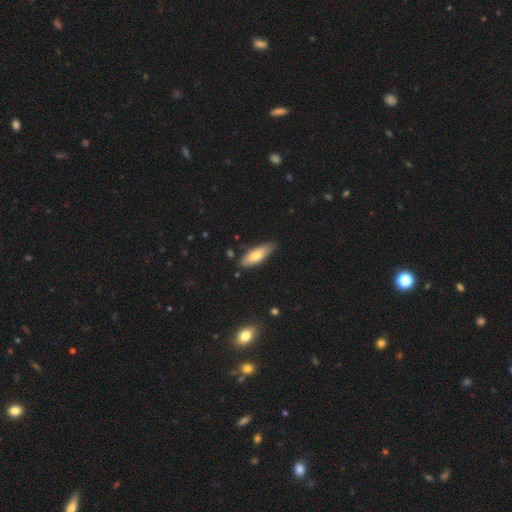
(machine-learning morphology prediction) Overall: smooth (73%). How rounded: in between (60%; cigar-shaped 38%). Merging: none (78%).